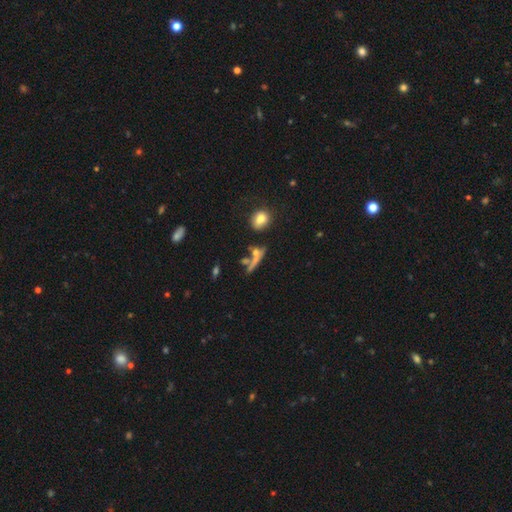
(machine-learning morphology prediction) Smooth or featured? smooth (54%)
How rounded? cigar-shaped (61%)
Merging? none (50%)